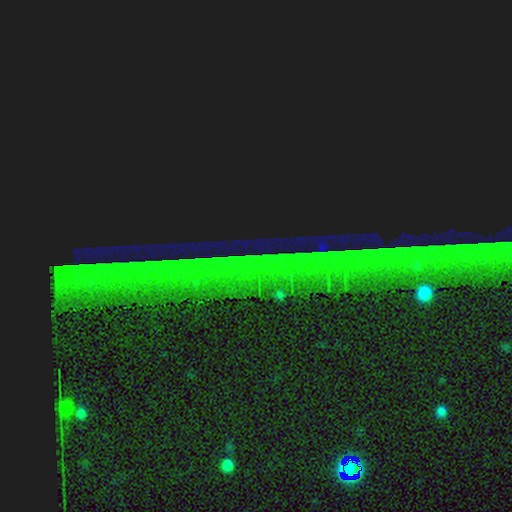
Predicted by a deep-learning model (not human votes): Q: Smooth or featured?
A: star or artifact (87%); runner-up: featured or disk (7%)